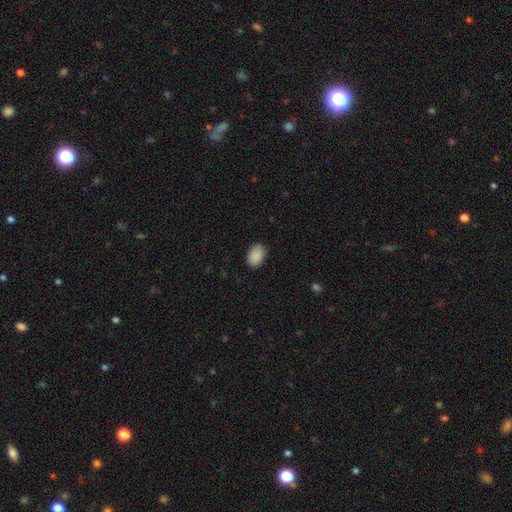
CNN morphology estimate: A smooth galaxy with no disk features (90%) that is in between round and cigar-shaped (86%).

Vote fractions:
- Smooth or featured? smooth: 90% / star or artifact: 7% / featured or disk: 3%
- How rounded? in between: 86% / round: 13% / cigar-shaped: 1%
- Merging? none: 87% / minor disturbance: 9% / major disturbance: 2% / merger: 1%